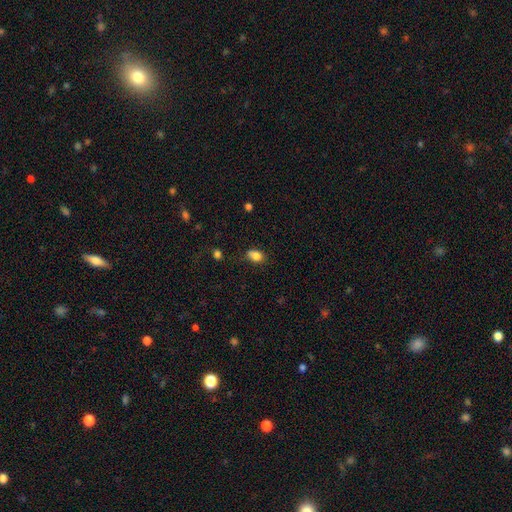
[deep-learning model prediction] smooth 83%, star or artifact 10%, featured or disk 6%. Down the decision tree: how rounded — in between (72%); merging — none (60%).